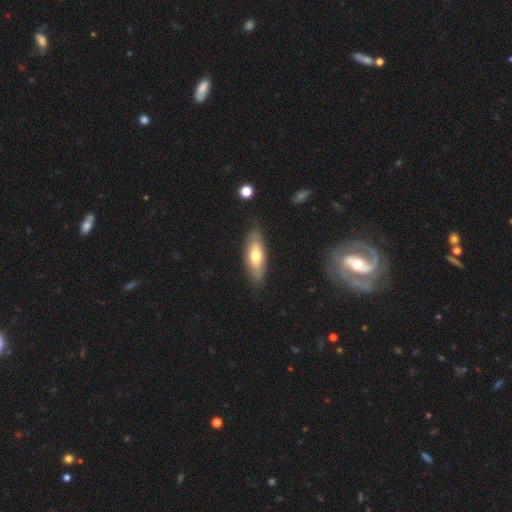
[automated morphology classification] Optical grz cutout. It shows a smooth galaxy with no disk features (63%) that is in between round and cigar-shaped (66%). Merging: none (82%).